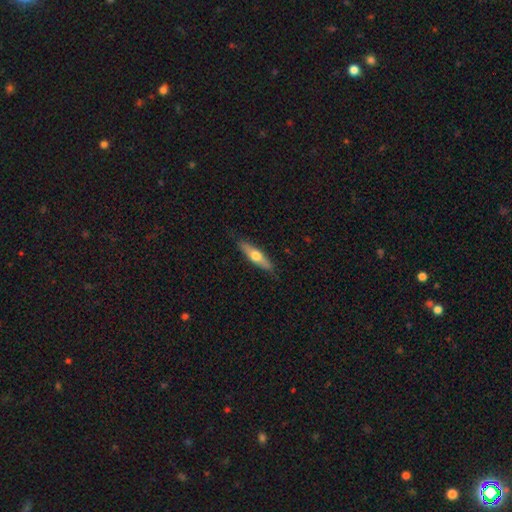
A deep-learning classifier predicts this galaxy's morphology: Smooth or featured? Predicted: smooth (p=0.49). Merging? Predicted: none (p=0.87).